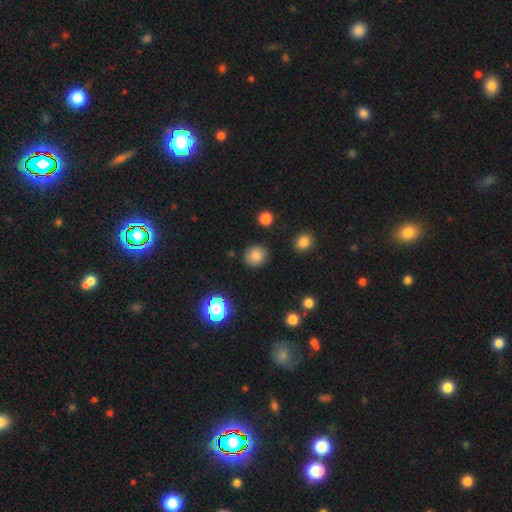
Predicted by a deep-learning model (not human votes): Smooth or featured?
  - smooth: 81% *
  - star or artifact: 11%
  - featured or disk: 8%
How rounded?
  - round: 87% *
  - in between: 12%
  - cigar-shaped: 1%
Merging?
  - none: 88% *
  - minor disturbance: 8%
  - major disturbance: 2%
  - merger: 2%